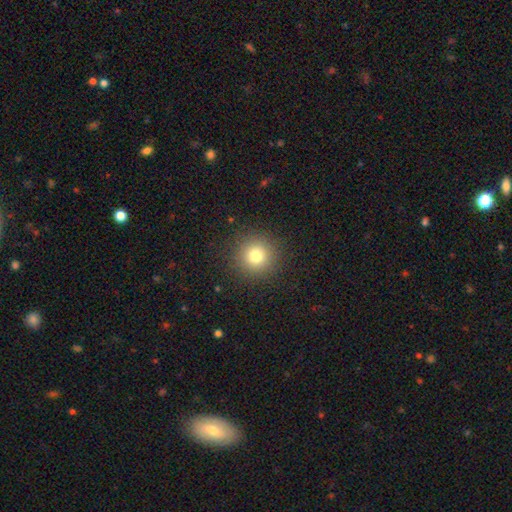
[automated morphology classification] type=smooth (78%); roundness=round (95%); merging=none (90%).